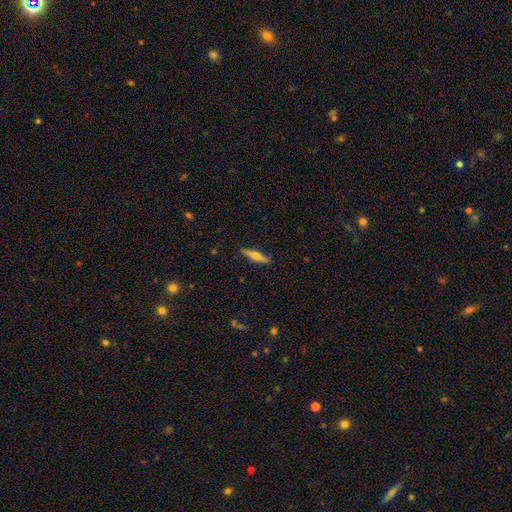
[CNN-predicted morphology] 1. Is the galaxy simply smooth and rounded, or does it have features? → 47% featured or disk, 46% smooth, 6% star or artifact.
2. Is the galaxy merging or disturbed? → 87% none, 10% minor disturbance, 2% major disturbance, 1% merger.